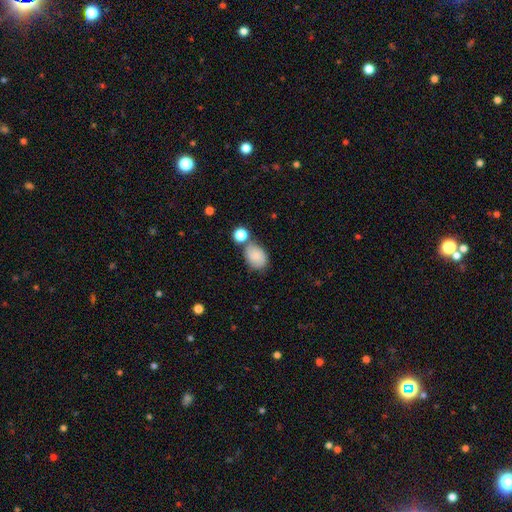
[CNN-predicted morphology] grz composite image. It shows a smooth galaxy with no disk features (79%) that is in between round and cigar-shaped (76%). Merging: none (54%).